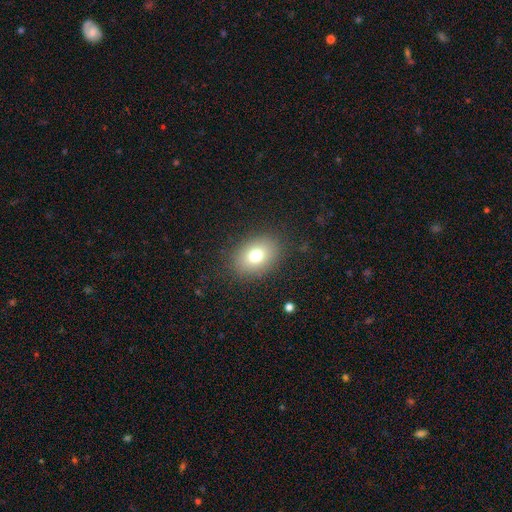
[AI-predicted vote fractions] Morphology: type=smooth (75%); roundness=in between (70%); merging=none (86%).